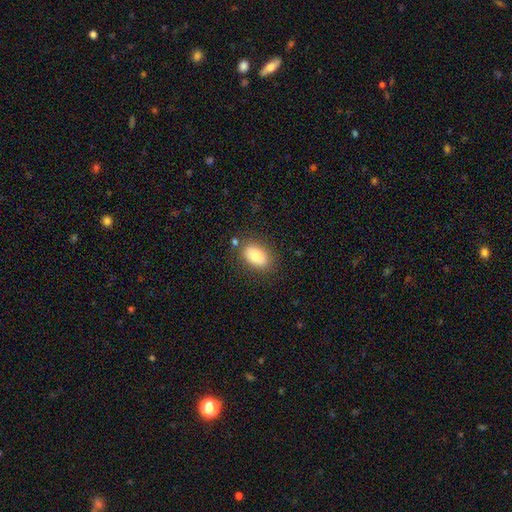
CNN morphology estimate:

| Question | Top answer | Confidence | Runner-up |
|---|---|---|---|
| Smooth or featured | smooth | 84% | featured or disk (9%) |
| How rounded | in between | 90% | round (8%) |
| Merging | none | 80% | minor disturbance (12%) |